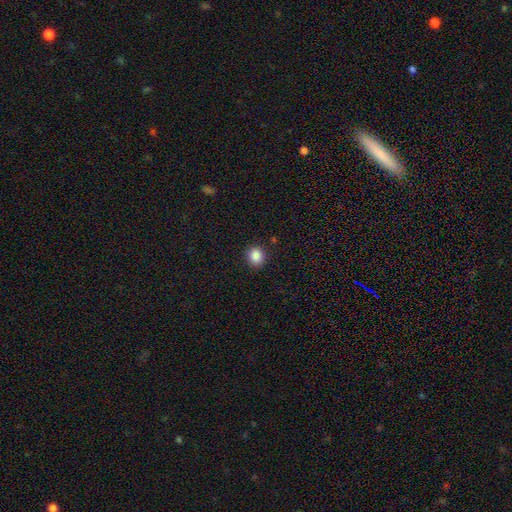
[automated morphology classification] A smooth galaxy with no disk features (87%) that is round (80%). Merging: none (91%).